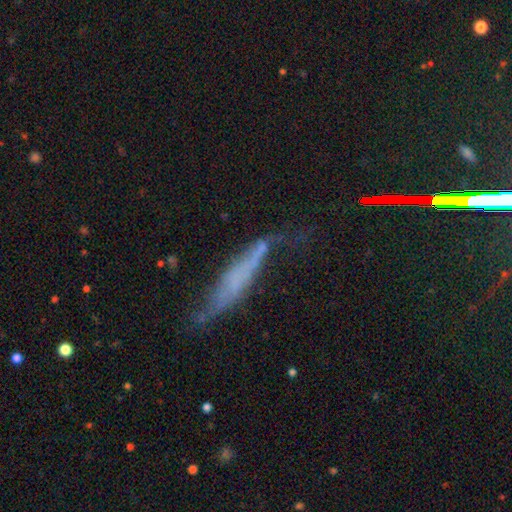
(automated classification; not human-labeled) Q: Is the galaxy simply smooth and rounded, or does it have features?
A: featured or disk — 51%.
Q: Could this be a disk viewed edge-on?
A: yes — 66%.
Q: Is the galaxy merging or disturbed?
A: none — 37%.